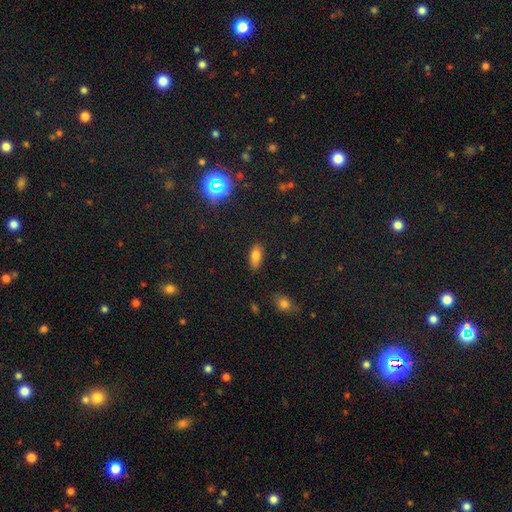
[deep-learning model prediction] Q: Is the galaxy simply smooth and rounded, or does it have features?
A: smooth — 79%.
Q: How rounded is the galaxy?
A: in between — 86%.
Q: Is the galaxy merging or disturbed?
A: none — 85%.